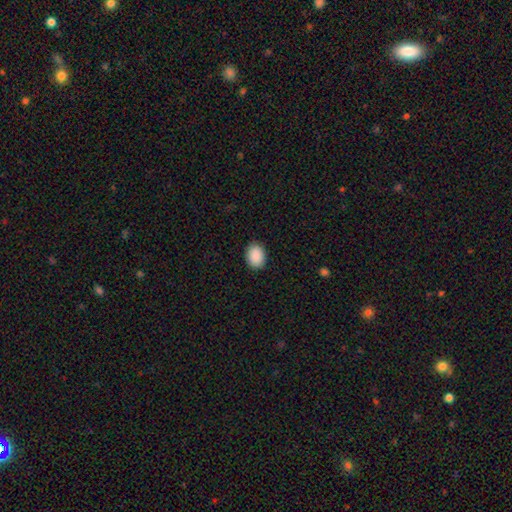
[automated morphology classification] smooth 90%, star or artifact 7%, featured or disk 3%. Down the decision tree: how rounded — in between (68%); merging — none (89%).